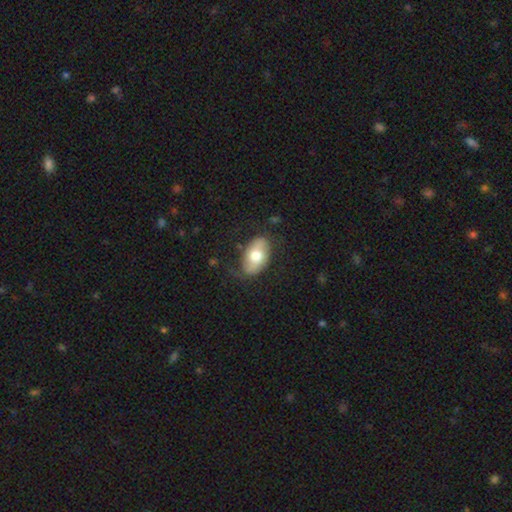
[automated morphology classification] smooth_or_featured: smooth (p=0.63) [alt: featured or disk p=0.31]
how_rounded: in between (p=0.92) [alt: round p=0.06]
merging: none (p=0.69) [alt: minor disturbance p=0.21]